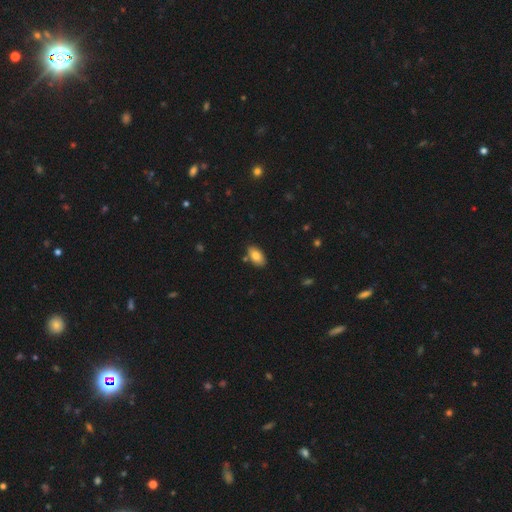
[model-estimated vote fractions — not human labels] Morphology: type=smooth (81%); roundness=in between (93%); merging=none (81%).